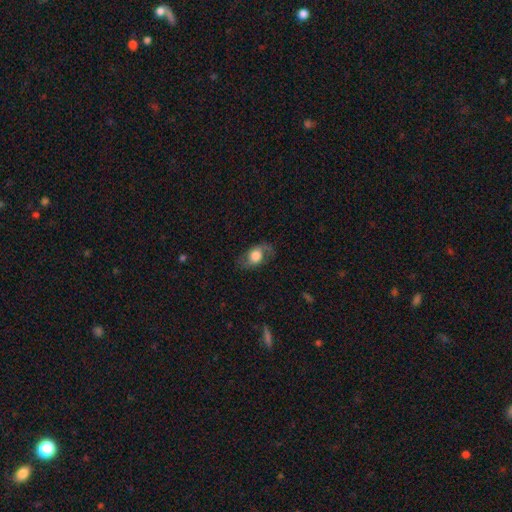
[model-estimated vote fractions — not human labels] Q: Smooth or featured?
A: smooth (49%); runner-up: featured or disk (43%)
Q: Merging?
A: none (70%); runner-up: minor disturbance (18%)